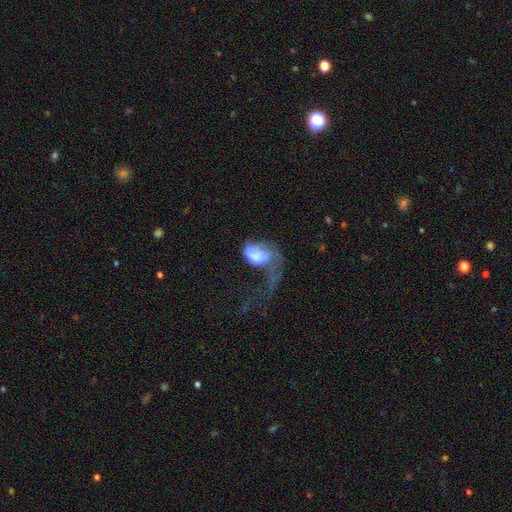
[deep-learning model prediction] Overall: smooth (49%; featured or disk 41%). Merging: major disturbance (63%).